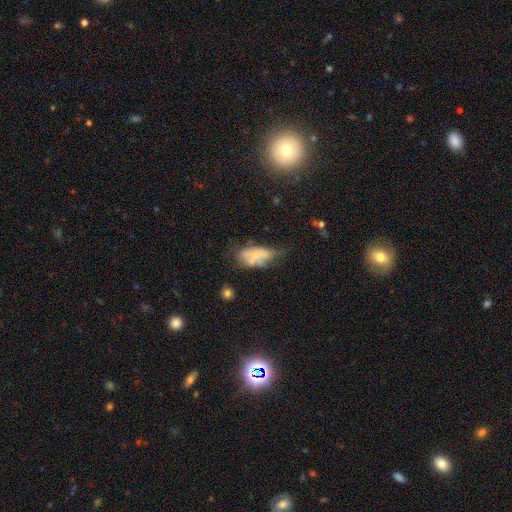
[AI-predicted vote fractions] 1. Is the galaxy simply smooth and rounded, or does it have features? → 57% smooth, 33% featured or disk, 10% star or artifact.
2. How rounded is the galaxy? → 89% in between, 5% round, 5% cigar-shaped.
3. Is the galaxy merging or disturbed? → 37% minor disturbance, 28% none, 25% major disturbance, 10% merger.